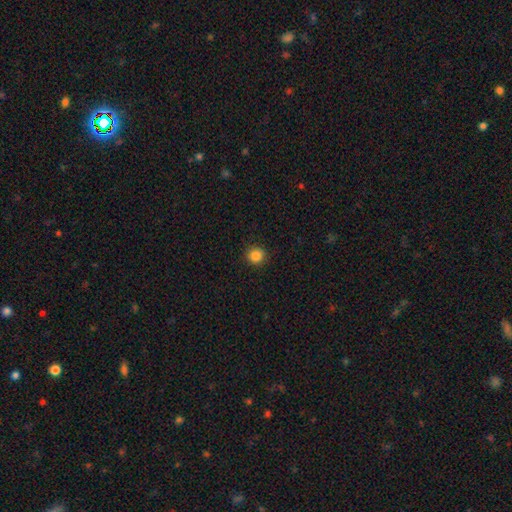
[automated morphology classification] smooth-or-featured: smooth: 85% | star or artifact: 11% | featured or disk: 4%
  how-rounded: round: 89% | in between: 10% | cigar-shaped: 1%
  merging: none: 91% | minor disturbance: 6% | major disturbance: 2% | merger: 1%